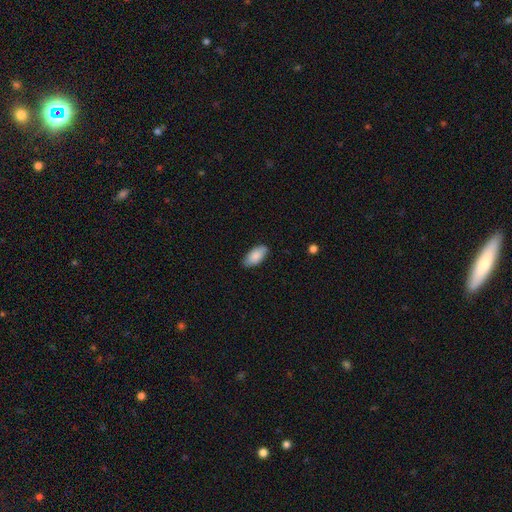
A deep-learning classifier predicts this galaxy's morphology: Overall: smooth (87%). How rounded: in between (93%). Merging: none (82%).